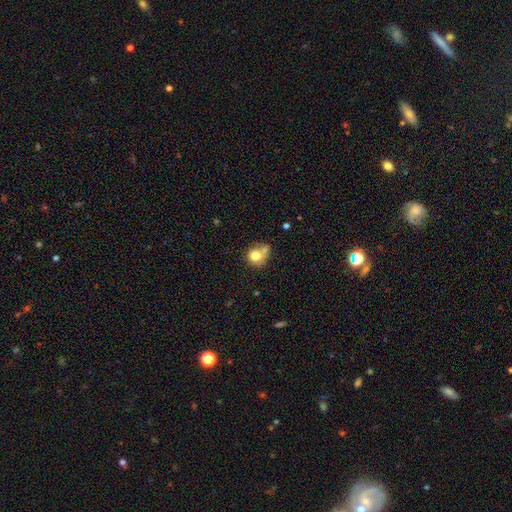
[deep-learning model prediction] smooth 75%, featured or disk 15%, star or artifact 10%. Down the decision tree: how rounded — round (77%); merging — none (39%).